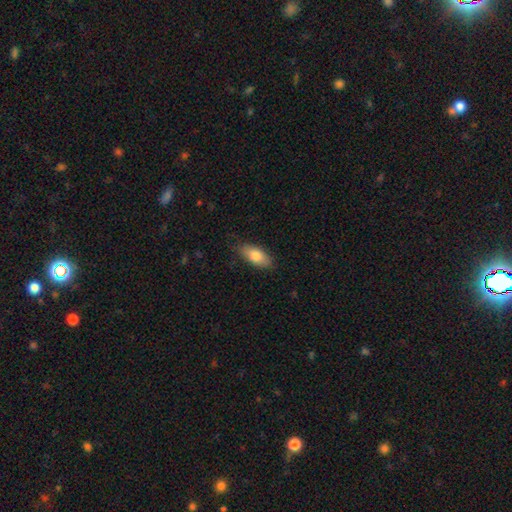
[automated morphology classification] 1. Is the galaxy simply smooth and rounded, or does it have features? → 80% smooth, 14% featured or disk, 6% star or artifact.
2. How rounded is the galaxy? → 87% in between, 10% cigar-shaped, 3% round.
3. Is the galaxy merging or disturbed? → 82% none, 14% minor disturbance, 3% major disturbance, 1% merger.